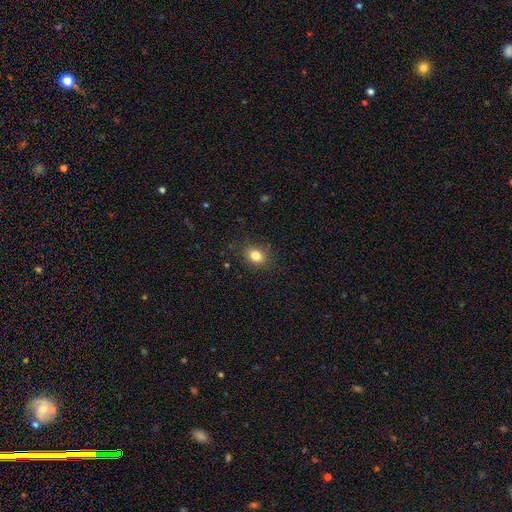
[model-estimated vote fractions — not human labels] Q: Smooth or featured?
A: smooth (83%); runner-up: star or artifact (10%)
Q: How rounded?
A: in between (63%); runner-up: round (36%)
Q: Merging?
A: none (87%); runner-up: minor disturbance (10%)